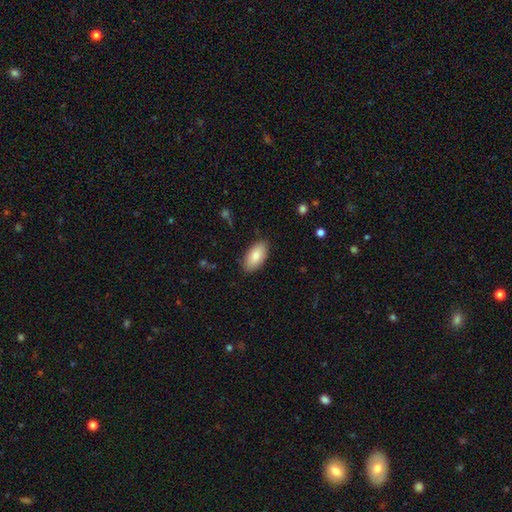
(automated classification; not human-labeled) Morphology: type=smooth (83%); roundness=in between (94%); merging=none (86%).